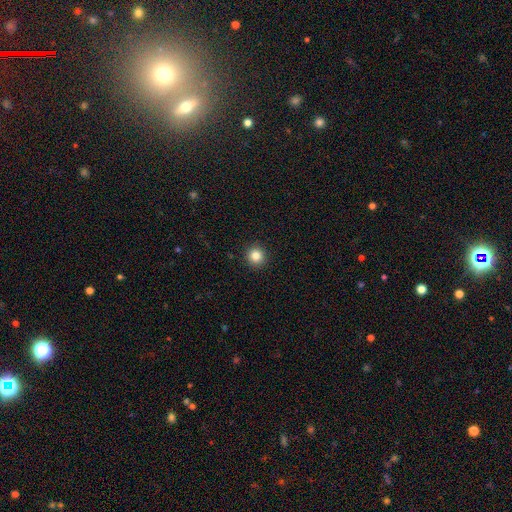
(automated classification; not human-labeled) smooth 84%, star or artifact 11%, featured or disk 5%. Down the decision tree: how rounded — round (95%); merging — none (93%).